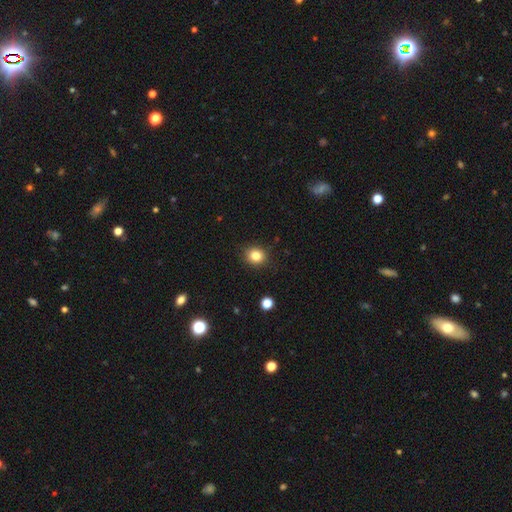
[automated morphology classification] Smooth or featured?
  - smooth: 83% *
  - star or artifact: 11%
  - featured or disk: 6%
How rounded?
  - round: 78% *
  - in between: 21%
  - cigar-shaped: 1%
Merging?
  - none: 89% *
  - minor disturbance: 8%
  - major disturbance: 2%
  - merger: 1%